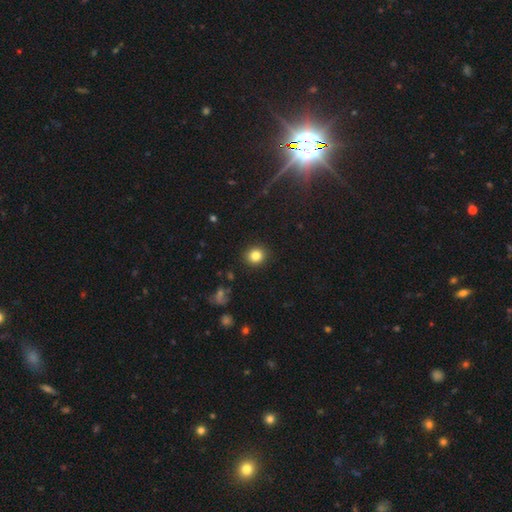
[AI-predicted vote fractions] smooth 83%, star or artifact 11%, featured or disk 6%. Down the decision tree: how rounded — round (83%); merging — none (91%).